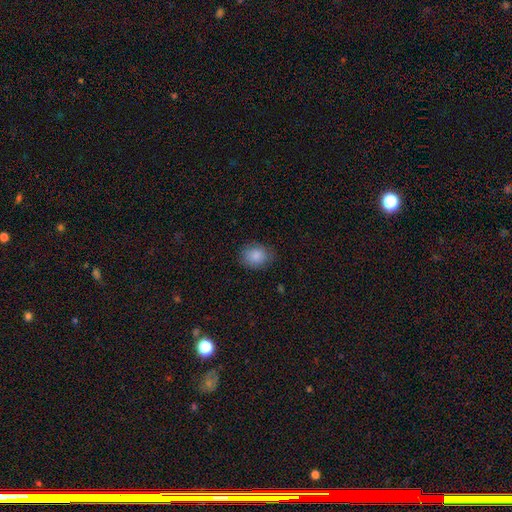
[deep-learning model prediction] Q: Smooth or featured?
A: smooth (87%); runner-up: star or artifact (8%)
Q: How rounded?
A: round (54%); runner-up: in between (45%)
Q: Merging?
A: none (80%); runner-up: minor disturbance (16%)